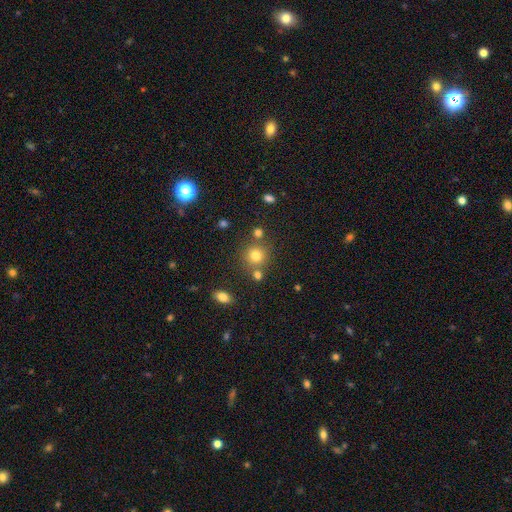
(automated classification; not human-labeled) smooth-or-featured: smooth: 76% | star or artifact: 15% | featured or disk: 8%
  how-rounded: round: 90% | in between: 9% | cigar-shaped: 1%
  merging: none: 73% | merger: 14% | minor disturbance: 9% | major disturbance: 4%